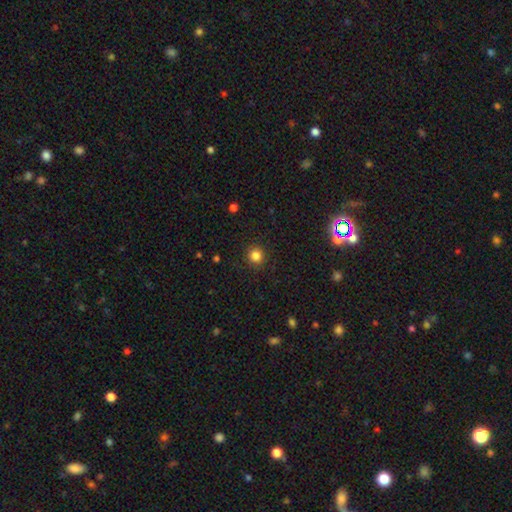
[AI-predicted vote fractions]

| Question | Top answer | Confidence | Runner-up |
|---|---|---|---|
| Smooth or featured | smooth | 83% | star or artifact (13%) |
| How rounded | round | 92% | in between (7%) |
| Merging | none | 90% | minor disturbance (6%) |